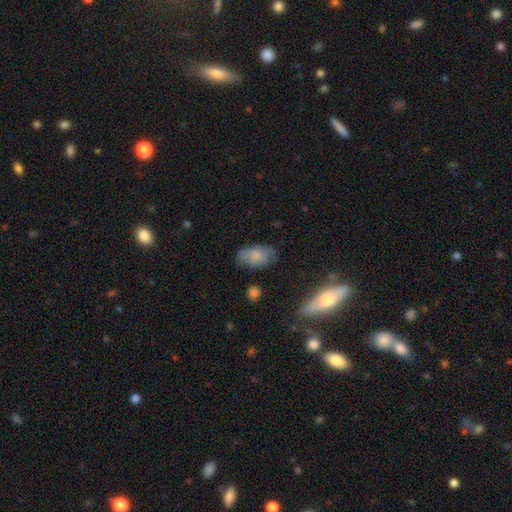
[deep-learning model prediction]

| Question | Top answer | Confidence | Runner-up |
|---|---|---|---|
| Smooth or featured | smooth | 76% | featured or disk (16%) |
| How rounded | in between | 91% | round (6%) |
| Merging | none | 67% | minor disturbance (24%) |